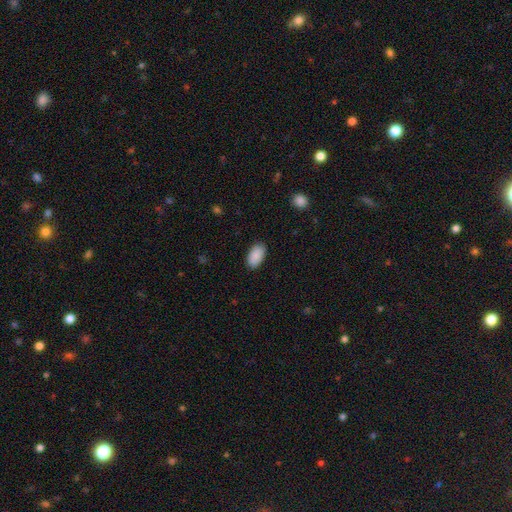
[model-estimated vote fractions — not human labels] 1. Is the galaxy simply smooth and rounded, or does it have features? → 90% smooth, 6% star or artifact, 4% featured or disk.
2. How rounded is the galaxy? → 95% in between, 4% round, 1% cigar-shaped.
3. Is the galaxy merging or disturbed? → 88% none, 9% minor disturbance, 2% major disturbance, 1% merger.